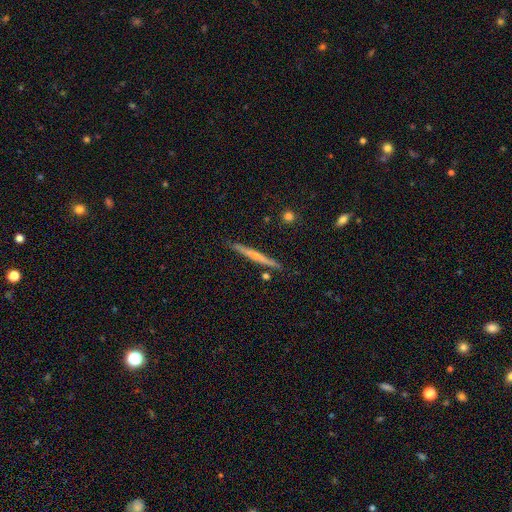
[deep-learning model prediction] Smooth or featured? featured or disk (72%)
Edge-on disk? yes (98%)
Edge-on bulge? rounded (72%)
Merging? none (88%)